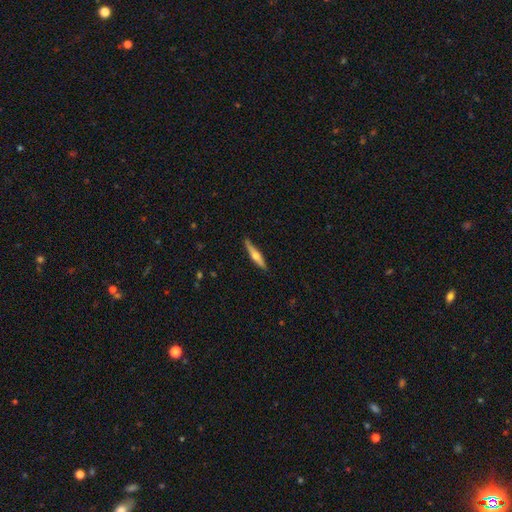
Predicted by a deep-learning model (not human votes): Morphology: type=featured or disk (59%); edge-on=yes (96%); edge-on bulge=rounded (92%); merging=none (88%).